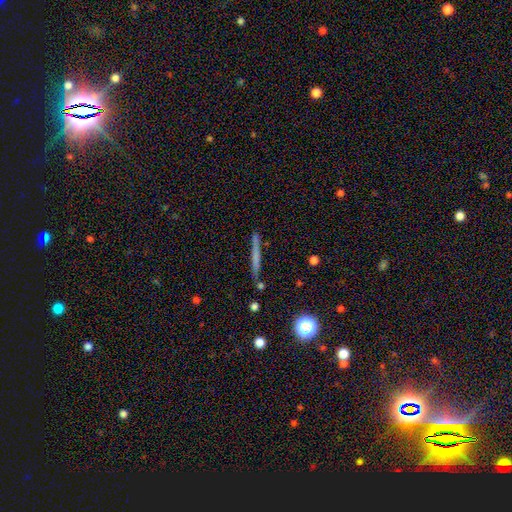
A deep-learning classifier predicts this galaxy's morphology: The model was most divided on "smooth or featured": smooth: 51%, featured or disk: 41%, star or artifact: 9%. More confident: how rounded — cigar-shaped (94%); merging — none (87%).